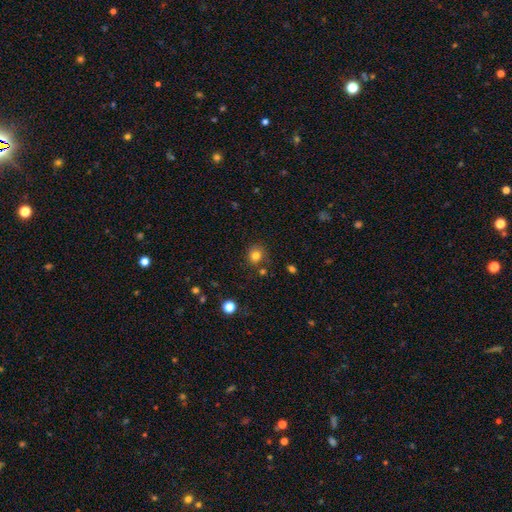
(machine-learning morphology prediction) Smooth or featured? Predicted: smooth (p=0.80). How rounded? Predicted: round (p=0.83). Merging? Predicted: none (p=0.79).